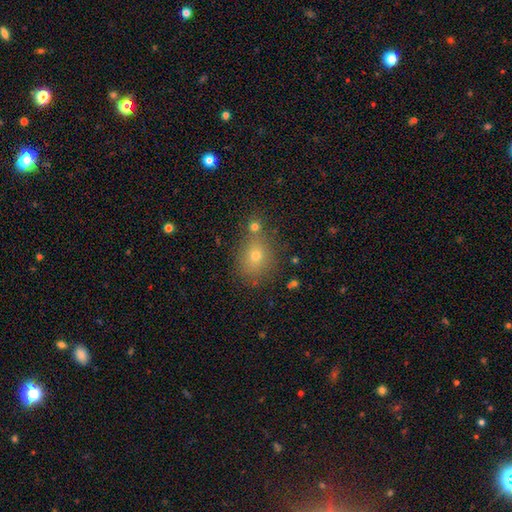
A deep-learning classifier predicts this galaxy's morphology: A smooth galaxy with no disk features (68%) that is round (61%). Merging: none (66%).